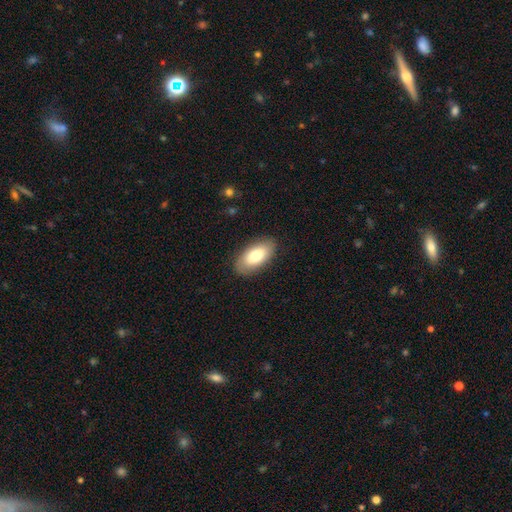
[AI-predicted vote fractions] Smooth or featured? smooth (79%)
How rounded? in between (93%)
Merging? none (87%)